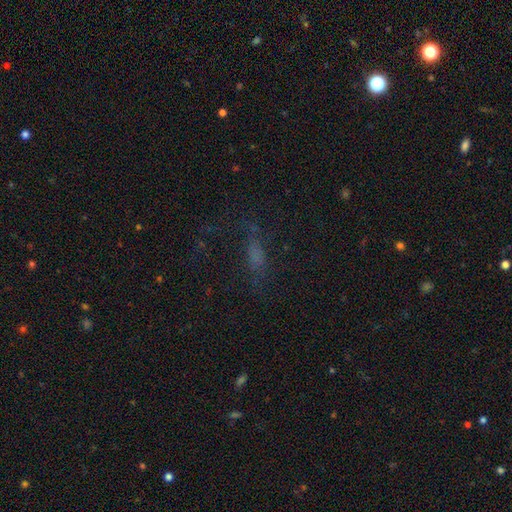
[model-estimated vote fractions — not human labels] smooth-or-featured: smooth: 49% | star or artifact: 28% | featured or disk: 24%
  merging: none: 53% | major disturbance: 26% | minor disturbance: 18% | merger: 3%